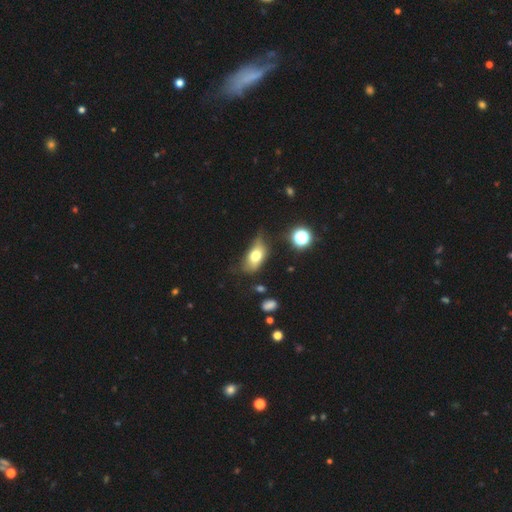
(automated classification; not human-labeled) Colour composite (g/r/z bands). It shows a smooth galaxy with no disk features (70%) that is in between round and cigar-shaped (87%). Merging: none (46%).